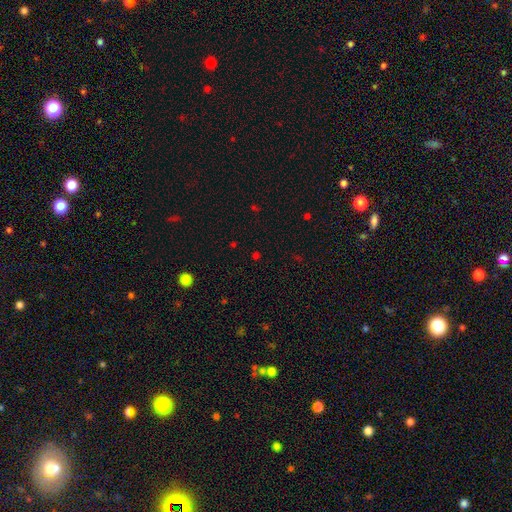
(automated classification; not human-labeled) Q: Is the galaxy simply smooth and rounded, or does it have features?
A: star or artifact — 53%.